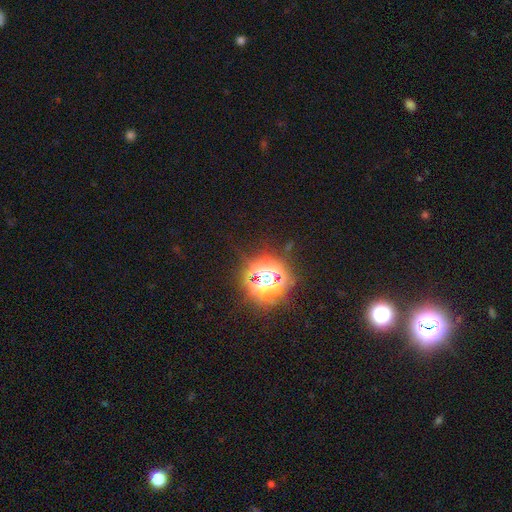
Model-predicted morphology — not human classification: A star or artifact, not a galaxy (77%).

Vote fractions:
- Smooth or featured? star or artifact: 77% / smooth: 16% / featured or disk: 7%